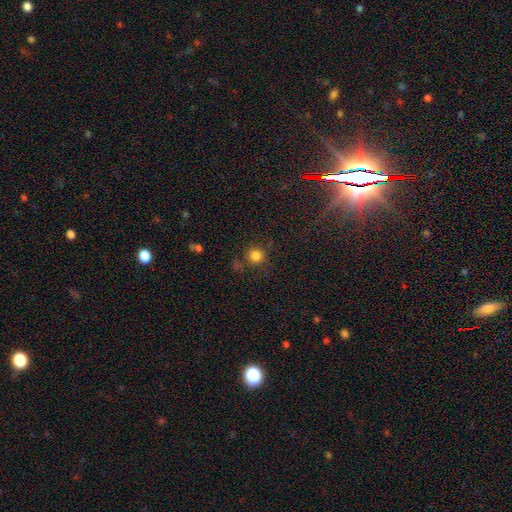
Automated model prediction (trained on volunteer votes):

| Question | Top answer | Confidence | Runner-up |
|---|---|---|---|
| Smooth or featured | smooth | 82% | star or artifact (14%) |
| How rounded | round | 94% | in between (5%) |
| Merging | none | 82% | minor disturbance (10%) |